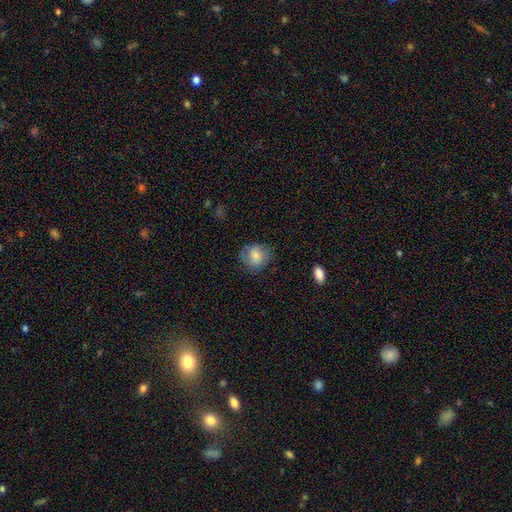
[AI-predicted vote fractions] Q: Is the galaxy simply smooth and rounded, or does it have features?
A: smooth — 72%.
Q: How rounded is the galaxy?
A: round — 76%.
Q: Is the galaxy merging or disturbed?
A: none — 70%.